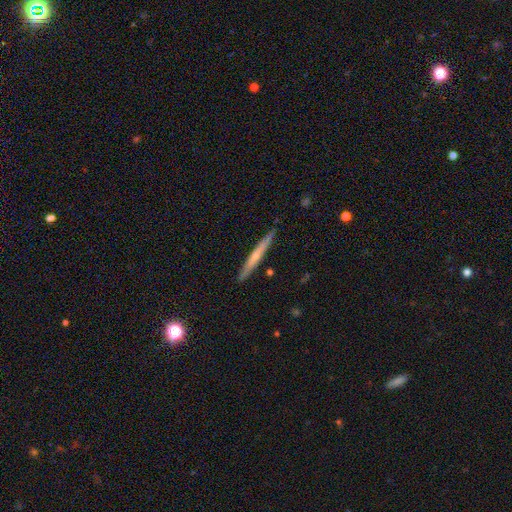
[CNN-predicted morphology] A featured or disk galaxy (54%) viewed edge-on (96%) with a rounded central bulge (48%, tied with none).

Vote fractions:
- Smooth or featured? featured or disk: 54% / smooth: 40% / star or artifact: 6%
- Edge-on disk? yes: 96% / no: 4%
- Edge-on bulge? rounded: 48% (tied) / none: 48% (tied) / boxy: 4%
- Merging? none: 89% / minor disturbance: 8% / merger: 1% / major disturbance: 1%